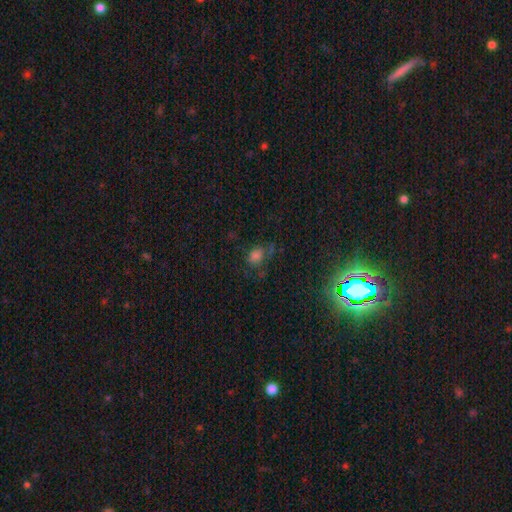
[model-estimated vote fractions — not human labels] Smooth or featured? Predicted: smooth (p=0.67). How rounded? Predicted: in between (p=0.69). Merging? Predicted: none (p=0.52).